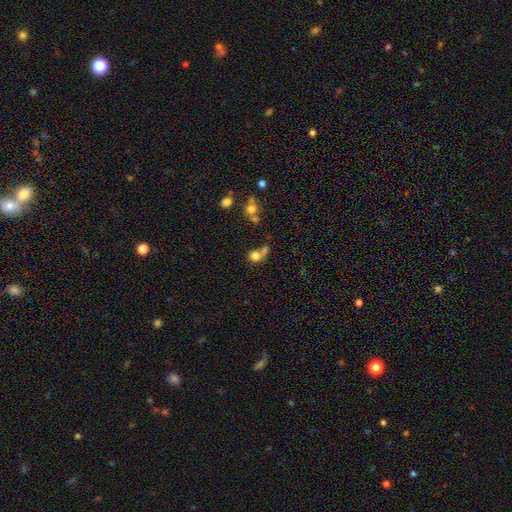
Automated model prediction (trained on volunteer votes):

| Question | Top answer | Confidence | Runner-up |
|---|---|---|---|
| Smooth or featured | smooth | 77% | star or artifact (12%) |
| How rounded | round | 77% | in between (22%) |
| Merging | merger | 44% | none (36%) |